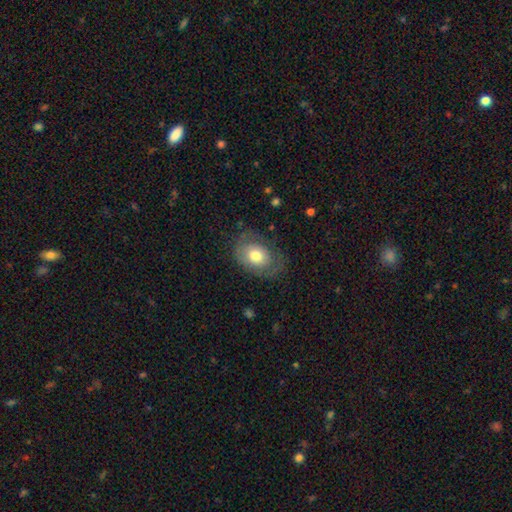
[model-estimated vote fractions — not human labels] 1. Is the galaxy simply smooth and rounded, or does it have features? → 64% smooth, 29% featured or disk, 7% star or artifact.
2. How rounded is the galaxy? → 73% in between, 26% round, 1% cigar-shaped.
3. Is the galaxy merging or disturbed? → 65% none, 22% minor disturbance, 12% major disturbance, 1% merger.